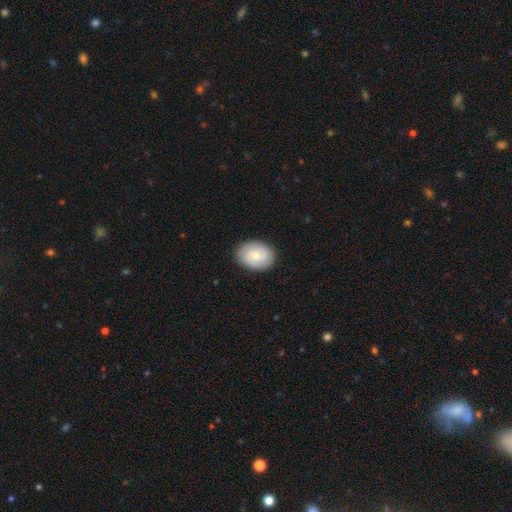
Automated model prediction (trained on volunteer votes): Smooth or featured? smooth (60%)
How rounded? in between (63%)
Merging? none (86%)